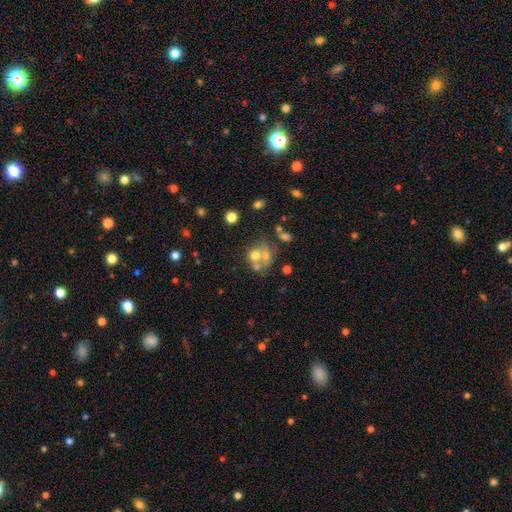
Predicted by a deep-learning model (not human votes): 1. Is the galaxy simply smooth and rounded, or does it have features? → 58% smooth, 28% featured or disk, 15% star or artifact.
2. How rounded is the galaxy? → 69% round, 30% in between, 1% cigar-shaped.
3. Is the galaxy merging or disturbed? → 53% merger, 30% none, 9% minor disturbance, 8% major disturbance.